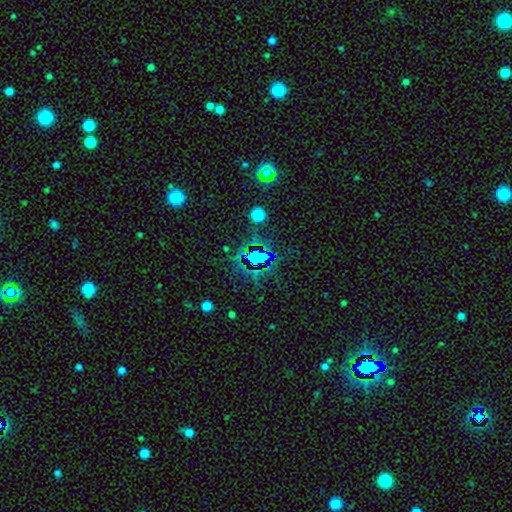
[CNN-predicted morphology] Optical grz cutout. It shows a star or artifact, not a galaxy (70%).